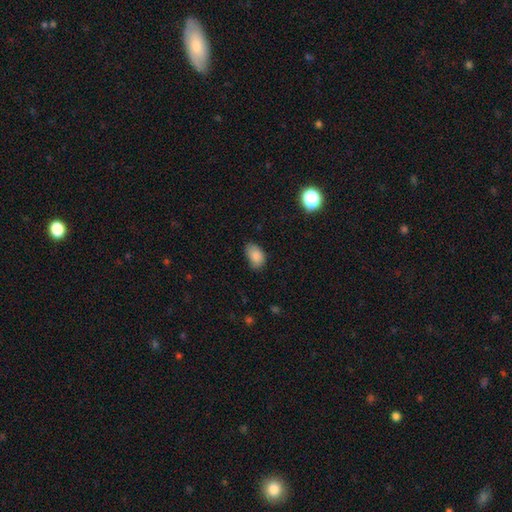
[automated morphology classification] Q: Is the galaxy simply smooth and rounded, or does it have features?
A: smooth — 86%.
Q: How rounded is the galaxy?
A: in between — 86%.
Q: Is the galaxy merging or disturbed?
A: none — 66%.